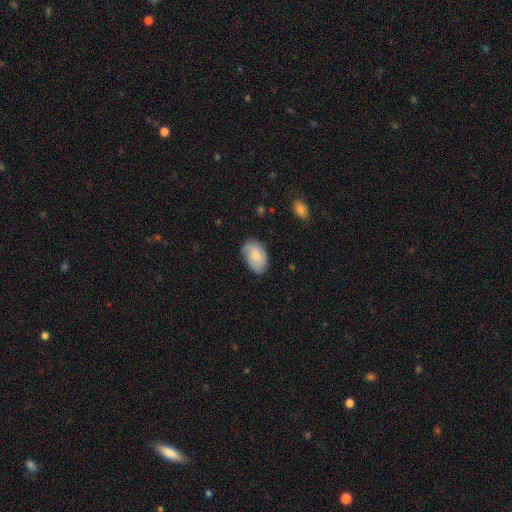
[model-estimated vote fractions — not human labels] Smooth or featured?
  - smooth: 76% *
  - featured or disk: 17%
  - star or artifact: 6%
How rounded?
  - in between: 91% *
  - round: 8%
  - cigar-shaped: 1%
Merging?
  - none: 71% *
  - minor disturbance: 23%
  - major disturbance: 5%
  - merger: 1%